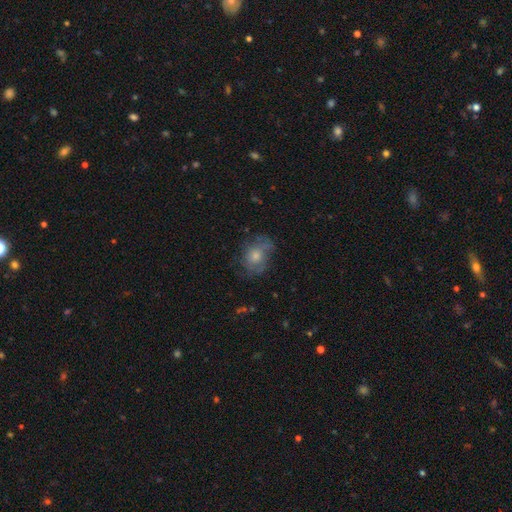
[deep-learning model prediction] smooth-or-featured: smooth: 55% | featured or disk: 36% | star or artifact: 10%
  how-rounded: in between: 52% | round: 47% | cigar-shaped: 1%
  merging: none: 56% | minor disturbance: 26% | major disturbance: 17% | merger: 2%